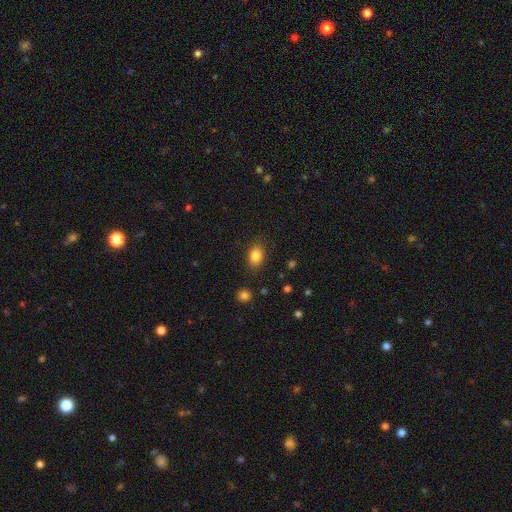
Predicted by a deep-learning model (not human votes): Q: Smooth or featured?
A: smooth (84%); runner-up: star or artifact (9%)
Q: How rounded?
A: in between (79%); runner-up: round (20%)
Q: Merging?
A: none (85%); runner-up: minor disturbance (11%)